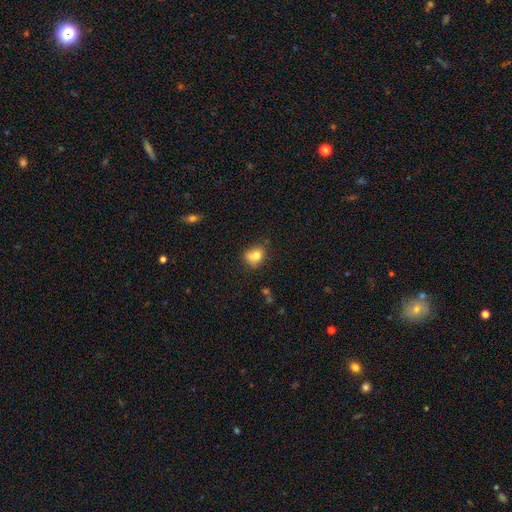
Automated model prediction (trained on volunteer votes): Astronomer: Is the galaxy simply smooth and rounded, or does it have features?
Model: smooth — 74%.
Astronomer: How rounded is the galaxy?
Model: round — 55% (runner-up: in between, 44%).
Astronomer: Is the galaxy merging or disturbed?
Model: none — 46% (runner-up: merger, 25%).